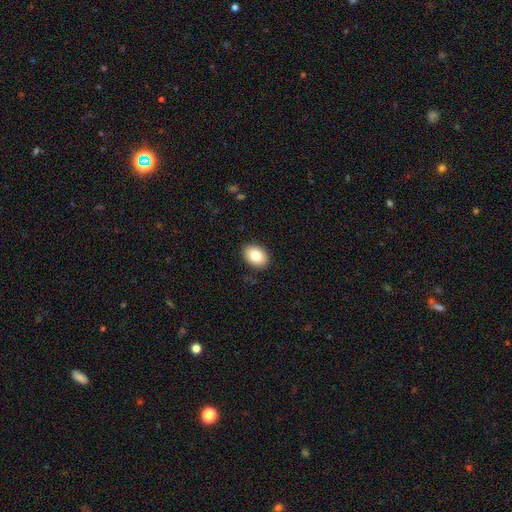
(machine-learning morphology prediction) Smooth or featured: smooth — 82% (featured or disk — 10%)
How rounded: in between — 77% (round — 22%)
Merging: none — 89% (minor disturbance — 8%)